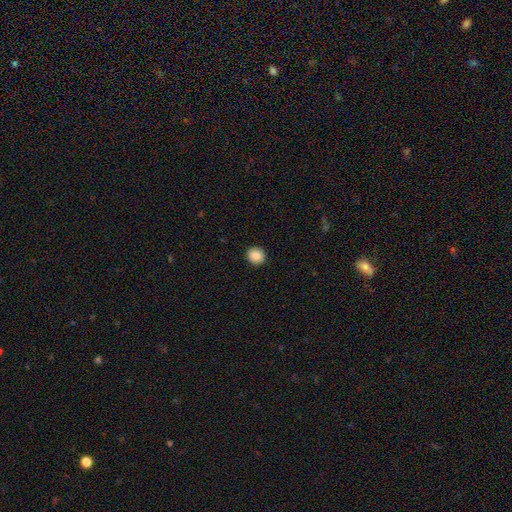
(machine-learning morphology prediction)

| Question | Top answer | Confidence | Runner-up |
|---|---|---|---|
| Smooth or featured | smooth | 87% | star or artifact (9%) |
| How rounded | round | 87% | in between (12%) |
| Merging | none | 93% | minor disturbance (5%) |